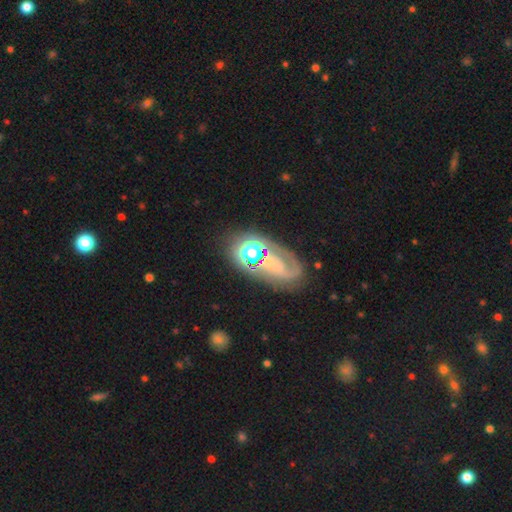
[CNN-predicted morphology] This is possibly a featured or disk galaxy (56%). It is clearly not viewed edge-on (95%). Bar: likely no (65%). Spiral arm pattern: likely yes (79%). Central bulge: marginally small (32%). Merging: possibly none (57%).